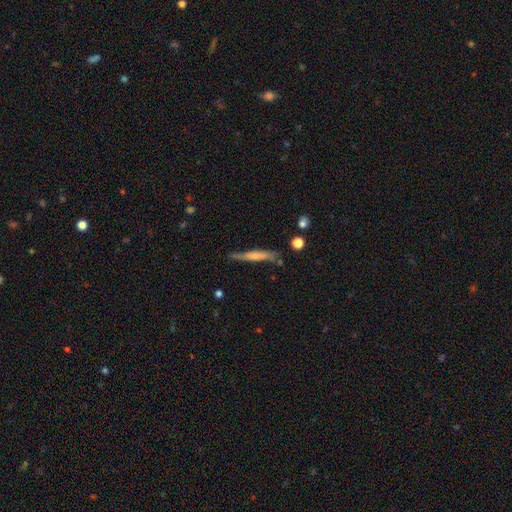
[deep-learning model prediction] A smooth galaxy with no disk features (57%) that is cigar-shaped (92%). Merging: none (71%).